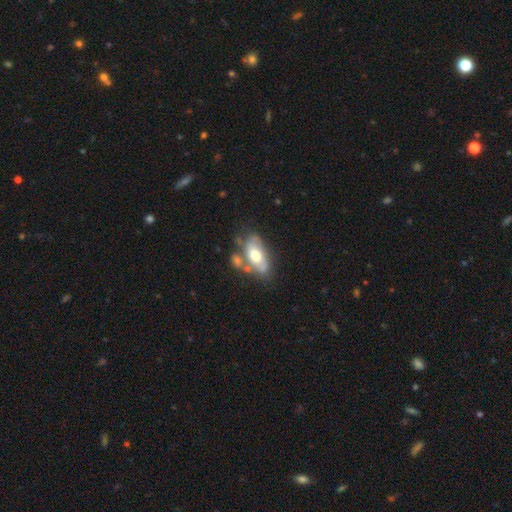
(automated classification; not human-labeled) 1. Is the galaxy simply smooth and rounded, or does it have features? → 49% smooth, 45% featured or disk, 6% star or artifact.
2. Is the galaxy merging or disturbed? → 42% none, 26% merger, 22% minor disturbance, 10% major disturbance.